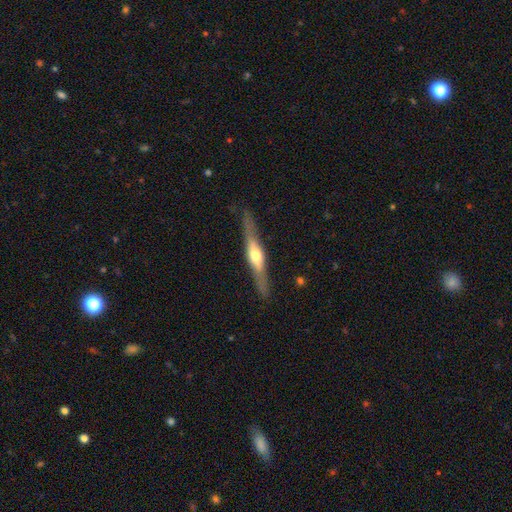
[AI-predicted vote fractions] Q: Smooth or featured?
A: featured or disk (70%); runner-up: smooth (25%)
Q: Edge-on disk?
A: yes (94%); runner-up: no (6%)
Q: Edge-on bulge?
A: rounded (89%); runner-up: boxy (7%)
Q: Merging?
A: none (84%); runner-up: minor disturbance (12%)